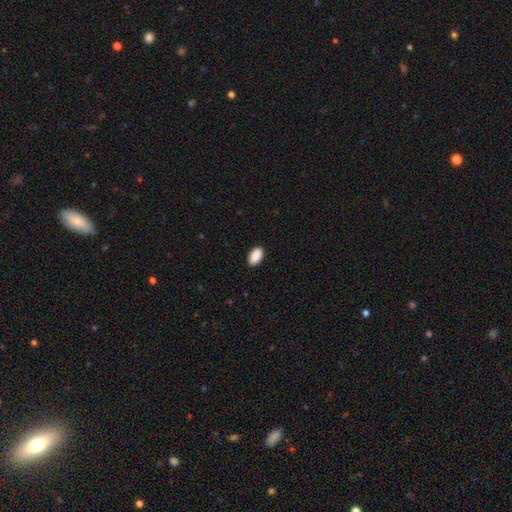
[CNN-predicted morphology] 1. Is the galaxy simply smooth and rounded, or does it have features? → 91% smooth, 7% star or artifact, 3% featured or disk.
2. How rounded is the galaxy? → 94% in between, 4% round, 2% cigar-shaped.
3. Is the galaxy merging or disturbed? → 89% none, 8% minor disturbance, 2% major disturbance, 1% merger.